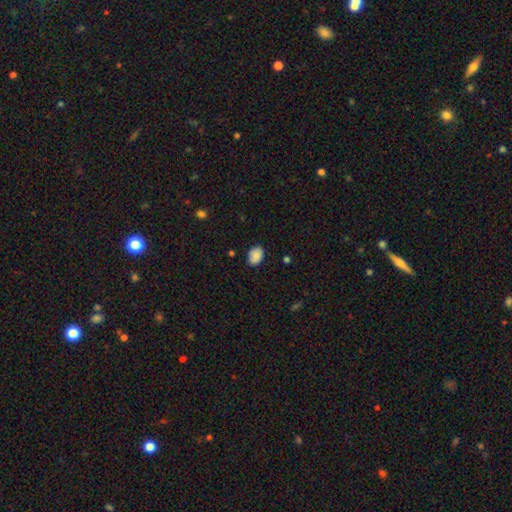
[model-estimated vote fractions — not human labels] Q: Smooth or featured?
A: smooth (89%); runner-up: star or artifact (8%)
Q: How rounded?
A: in between (82%); runner-up: round (17%)
Q: Merging?
A: none (83%); runner-up: minor disturbance (13%)